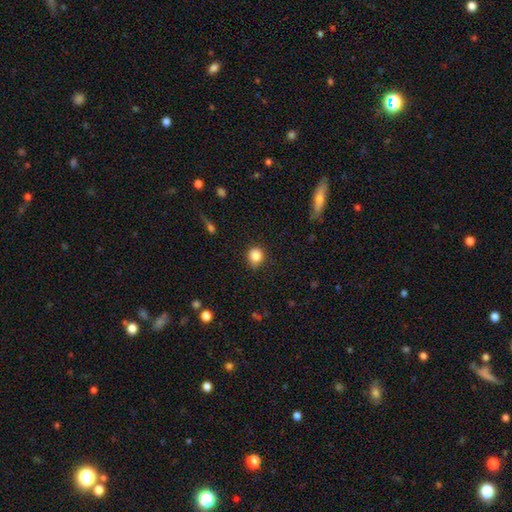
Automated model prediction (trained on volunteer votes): Smooth or featured?
  - smooth: 85% *
  - star or artifact: 10%
  - featured or disk: 5%
How rounded?
  - round: 84% *
  - in between: 15%
  - cigar-shaped: 1%
Merging?
  - none: 79% *
  - minor disturbance: 16%
  - major disturbance: 3%
  - merger: 2%